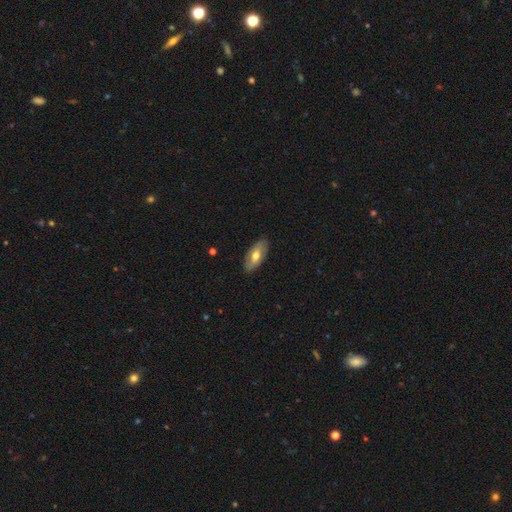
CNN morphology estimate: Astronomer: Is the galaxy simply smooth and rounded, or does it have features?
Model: smooth — 60%.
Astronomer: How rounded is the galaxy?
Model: in between — 87%.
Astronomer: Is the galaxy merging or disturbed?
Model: none — 87%.